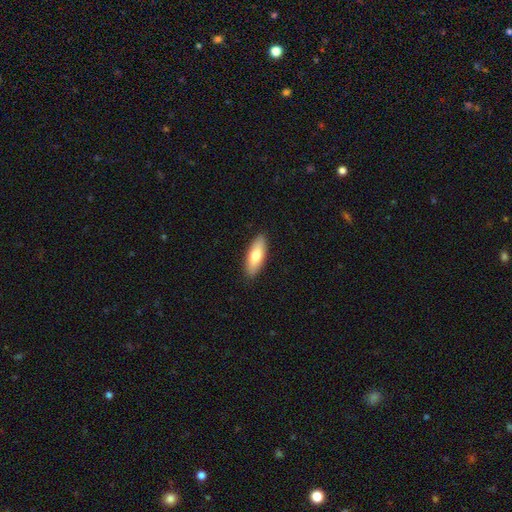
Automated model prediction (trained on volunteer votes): Morphology: type=smooth (76%); roundness=in between (71%); merging=none (90%).